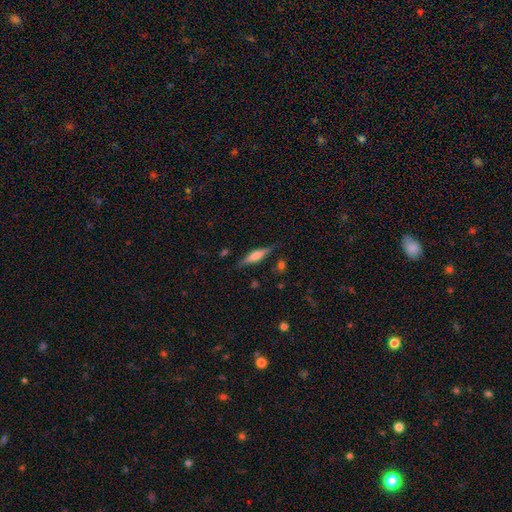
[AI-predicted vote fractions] featured or disk 49%, smooth 44%, star or artifact 7%. Down the decision tree: merging — none (83%).